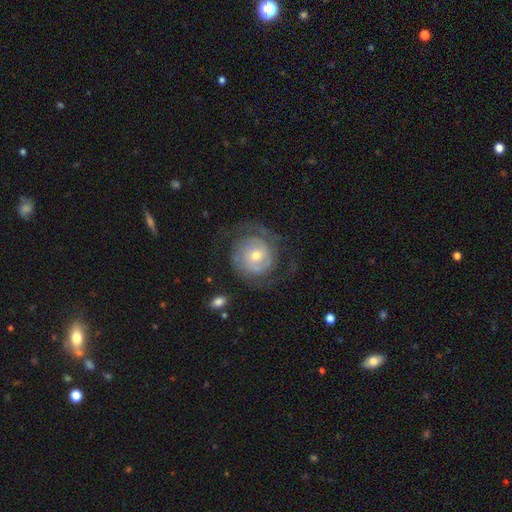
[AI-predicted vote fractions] This appears to be a featured or disk galaxy (79%) with no bar (69%), 2 (52%) tight (60%) spiral arms (91%) and a small central bulge (51%). Merging: none (68%).